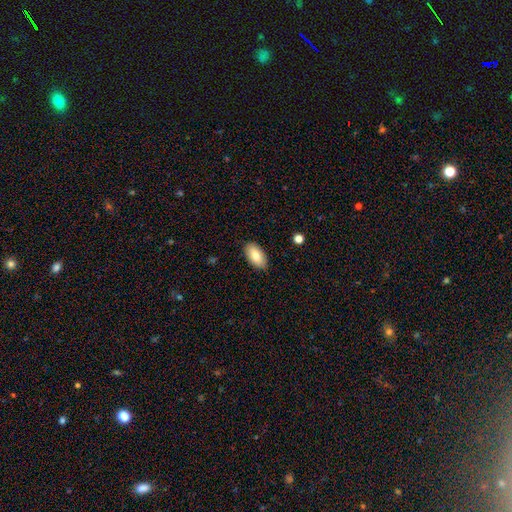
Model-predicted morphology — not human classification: This is clearly a smooth galaxy (81%). How rounded: clearly in between (94%). Merging: clearly none (88%).